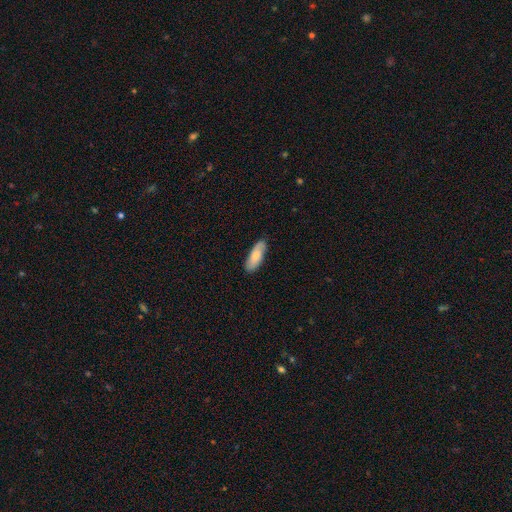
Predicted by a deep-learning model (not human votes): A smooth galaxy with no disk features (75%) that is in between round and cigar-shaped (67%).

Vote fractions:
- Smooth or featured? smooth: 75% / featured or disk: 19% / star or artifact: 6%
- How rounded? in between: 67% / cigar-shaped: 32% / round: 2%
- Merging? none: 84% / minor disturbance: 13% / major disturbance: 2% / merger: 1%